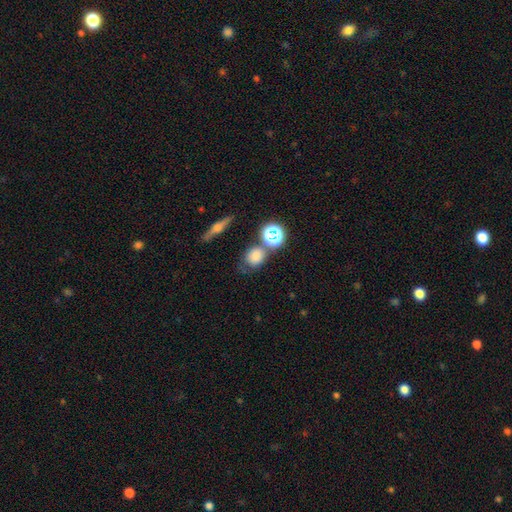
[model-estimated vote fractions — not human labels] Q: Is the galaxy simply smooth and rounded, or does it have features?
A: smooth — 73%.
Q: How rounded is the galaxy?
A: round — 70%.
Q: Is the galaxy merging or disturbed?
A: none — 61%.